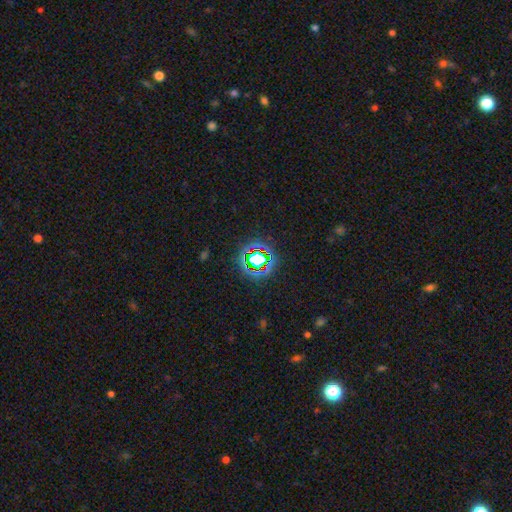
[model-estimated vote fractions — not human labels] A star or artifact, not a galaxy (72%).

Vote fractions:
- Smooth or featured? star or artifact: 72% / smooth: 18% / featured or disk: 10%